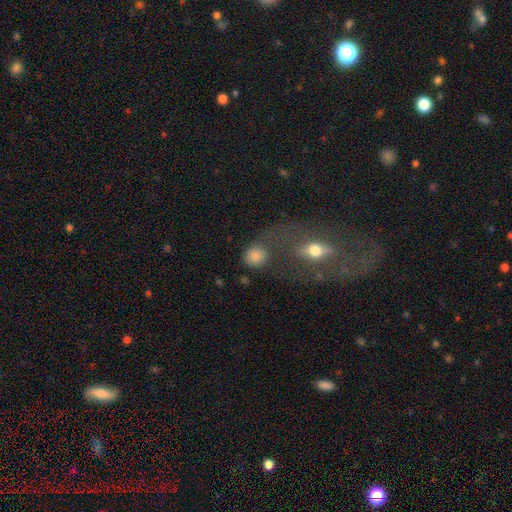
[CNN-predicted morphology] Smooth or featured: smooth — 79% (star or artifact — 11%)
How rounded: round — 66% (in between — 32%)
Merging: none — 51% (merger — 19%)